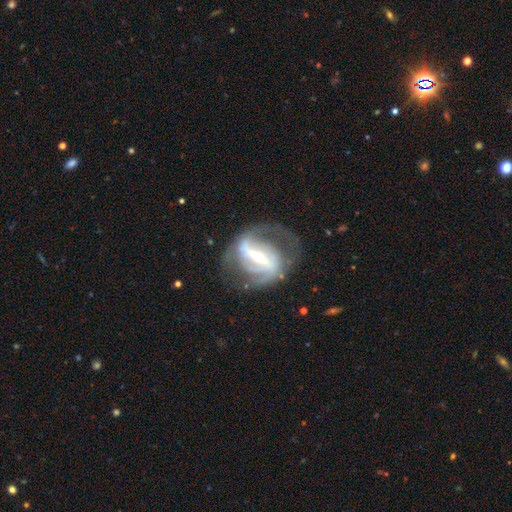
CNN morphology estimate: This appears to be a featured or disk galaxy (88%) with a strong bar (73%), 2 (75%) medium (45%) spiral arms (90%) and a small central bulge (54%). Merging: none (61%).